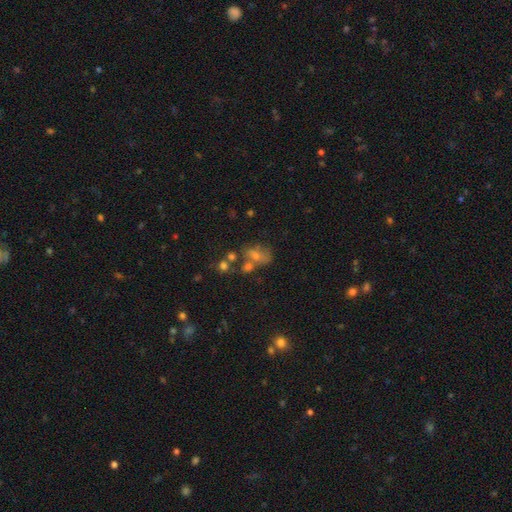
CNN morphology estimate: Overall: smooth (57%; featured or disk 25%). How rounded: in between (74%). Merging: none (33%; merger 31%).